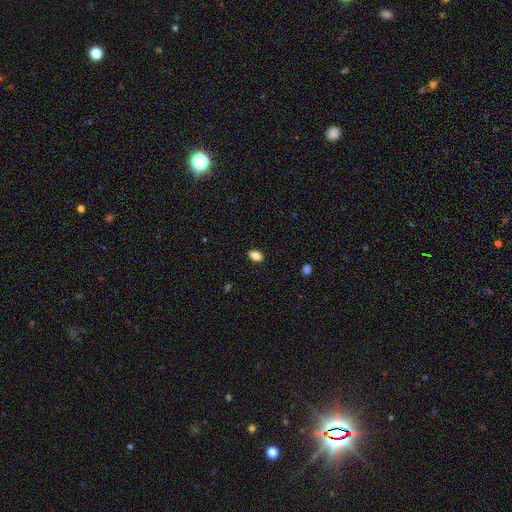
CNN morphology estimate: This is clearly a smooth galaxy (84%). How rounded: clearly in between (89%). Merging: clearly none (89%).